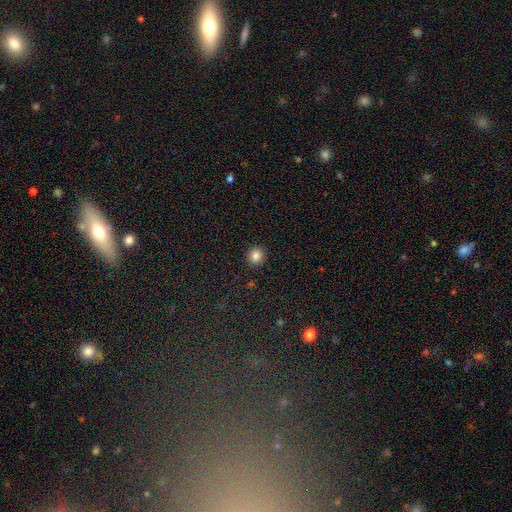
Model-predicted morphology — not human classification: A smooth galaxy with no disk features (85%) that is round (89%).

Vote fractions:
- Smooth or featured? smooth: 85% / star or artifact: 11% / featured or disk: 4%
- How rounded? round: 89% / in between: 10% / cigar-shaped: 1%
- Merging? none: 92% / minor disturbance: 5% / major disturbance: 2% / merger: 1%